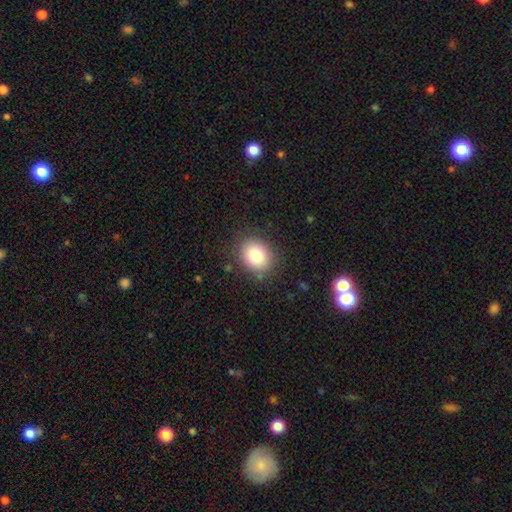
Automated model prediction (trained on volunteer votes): This is clearly a smooth galaxy (82%). How rounded: possibly round (58%). Merging: clearly none (85%).